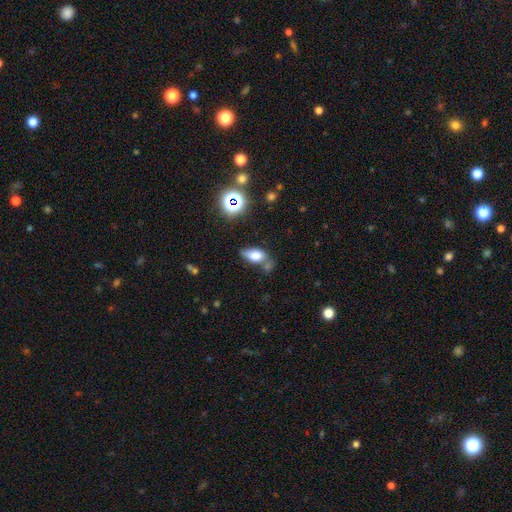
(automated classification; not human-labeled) smooth 70%, featured or disk 16%, star or artifact 14%. Down the decision tree: how rounded — in between (85%); merging — none (48%).